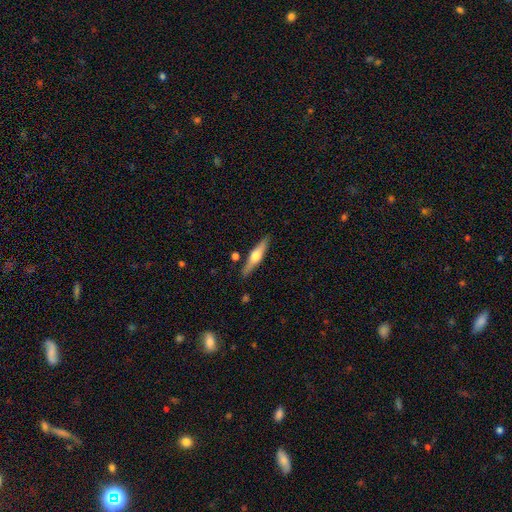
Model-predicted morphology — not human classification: A featured or disk galaxy (60%) viewed edge-on (95%) with a rounded central bulge (93%).

Vote fractions:
- Smooth or featured? featured or disk: 60% / smooth: 35% / star or artifact: 6%
- Edge-on disk? yes: 95% / no: 5%
- Edge-on bulge? rounded: 93% / boxy: 4% / none: 3%
- Merging? none: 86% / minor disturbance: 9% / merger: 3% / major disturbance: 2%